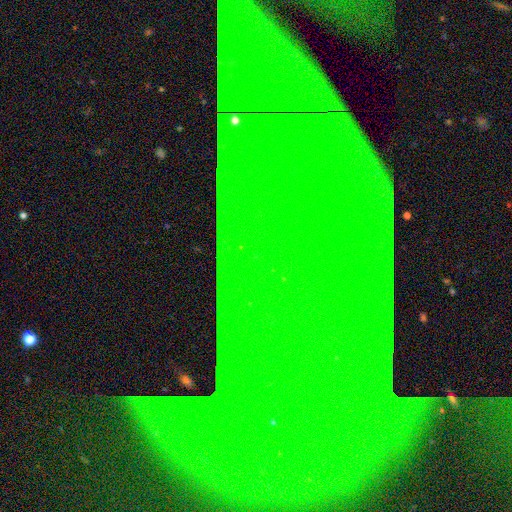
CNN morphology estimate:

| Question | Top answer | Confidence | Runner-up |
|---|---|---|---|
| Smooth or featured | star or artifact | 86% | featured or disk (8%) |